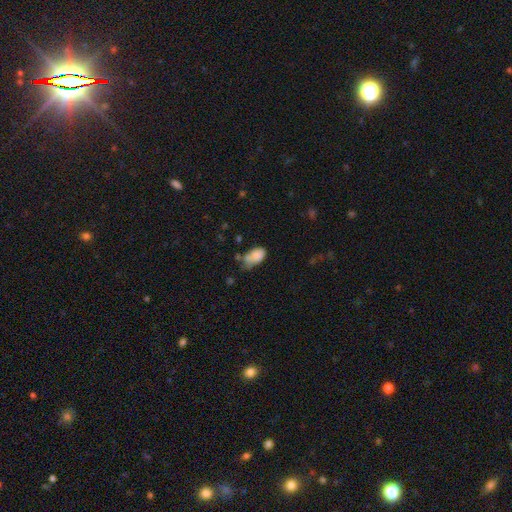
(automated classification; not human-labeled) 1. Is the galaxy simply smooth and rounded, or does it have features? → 77% smooth, 13% featured or disk, 10% star or artifact.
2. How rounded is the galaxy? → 90% in between, 8% round, 2% cigar-shaped.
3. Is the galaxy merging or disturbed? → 38% minor disturbance, 29% none, 19% major disturbance, 14% merger.